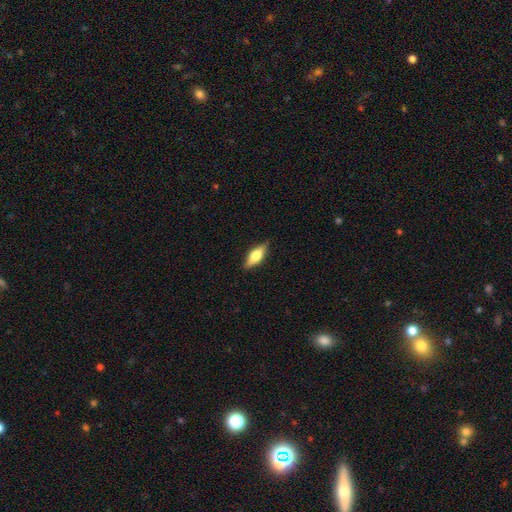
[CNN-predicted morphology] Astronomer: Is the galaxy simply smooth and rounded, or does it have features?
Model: smooth — 55% (runner-up: featured or disk, 39%).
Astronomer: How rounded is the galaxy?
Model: in between — 66%.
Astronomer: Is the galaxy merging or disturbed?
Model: none — 87%.